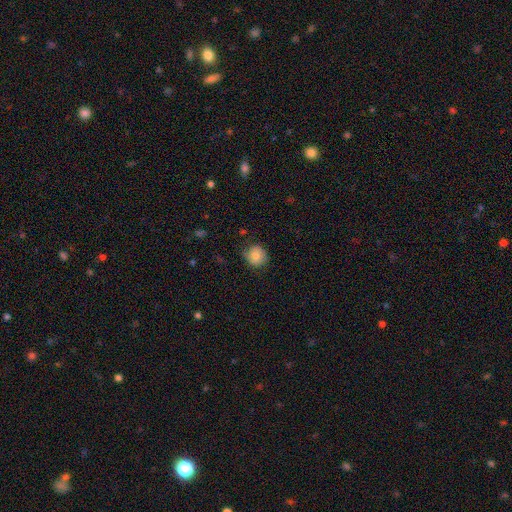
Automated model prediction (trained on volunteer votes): smooth 79%, featured or disk 12%, star or artifact 8%. Down the decision tree: how rounded — round (86%); merging — none (79%).